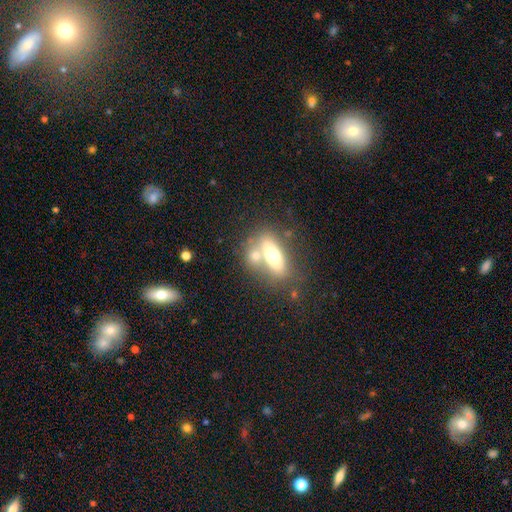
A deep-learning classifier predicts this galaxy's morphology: The model was most divided on "merging": none: 43%, merger: 40%, minor disturbance: 11%, major disturbance: 6%. More confident: how rounded — in between (69%); smooth or featured — smooth (63%).